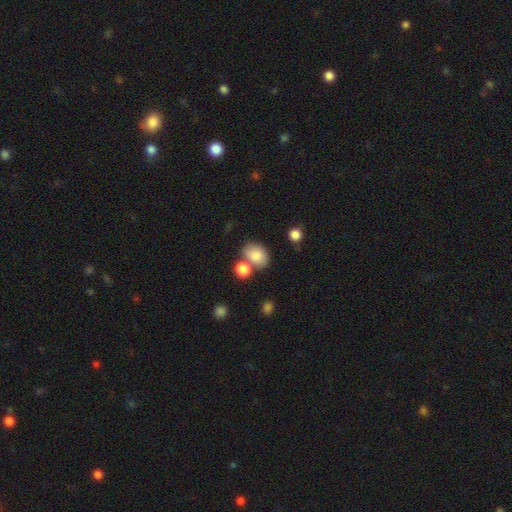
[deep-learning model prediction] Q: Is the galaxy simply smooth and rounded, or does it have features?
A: smooth — 82%.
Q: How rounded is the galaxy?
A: in between — 70%.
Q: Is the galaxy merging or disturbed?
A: none — 50%.